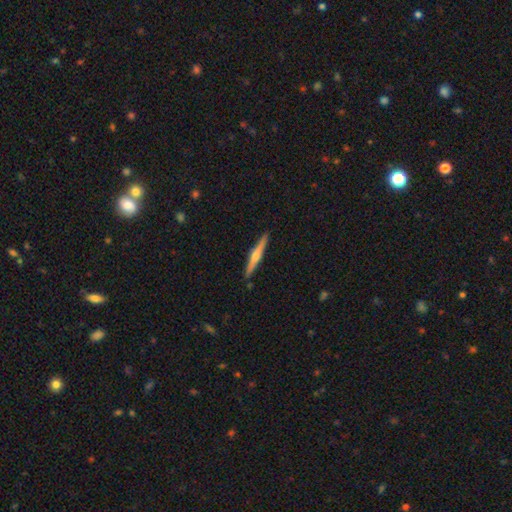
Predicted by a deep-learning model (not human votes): The model was most divided on "smooth or featured": featured or disk: 65%, smooth: 30%, star or artifact: 5%. More confident: edge-on disk — yes (98%); merging — none (90%); edge-on bulge — rounded (87%).